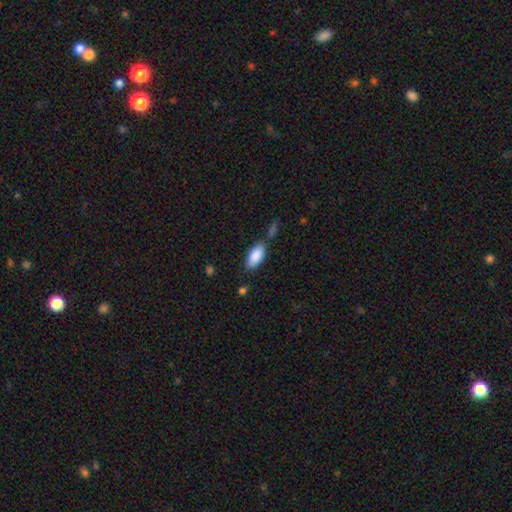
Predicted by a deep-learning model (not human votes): A smooth galaxy with no disk features (88%) that is in between round and cigar-shaped (92%).

Vote fractions:
- Smooth or featured? smooth: 88% / star or artifact: 6% / featured or disk: 6%
- How rounded? in between: 92% / cigar-shaped: 6% / round: 2%
- Merging? none: 69% / minor disturbance: 16% / merger: 10% / major disturbance: 4%